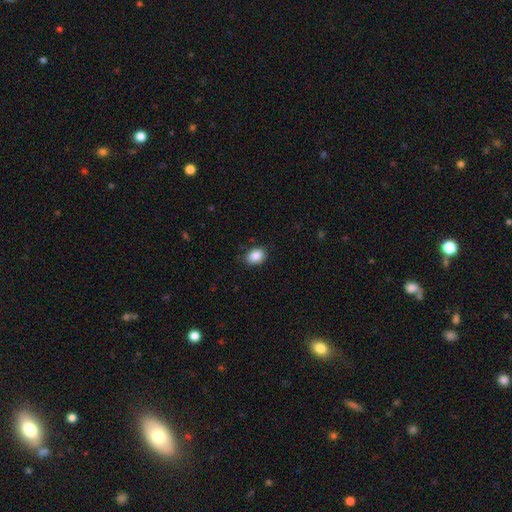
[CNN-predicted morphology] smooth_or_featured: smooth (p=0.88) [alt: star or artifact p=0.08]
how_rounded: in between (p=0.71) [alt: round p=0.28]
merging: none (p=0.85) [alt: minor disturbance p=0.12]